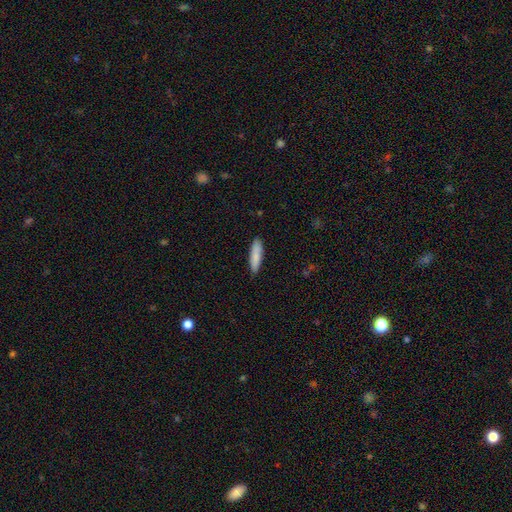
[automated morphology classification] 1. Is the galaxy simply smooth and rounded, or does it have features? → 85% smooth, 9% featured or disk, 6% star or artifact.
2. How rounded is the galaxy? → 69% cigar-shaped, 29% in between, 1% round.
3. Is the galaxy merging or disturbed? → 88% none, 9% minor disturbance, 2% major disturbance, 1% merger.